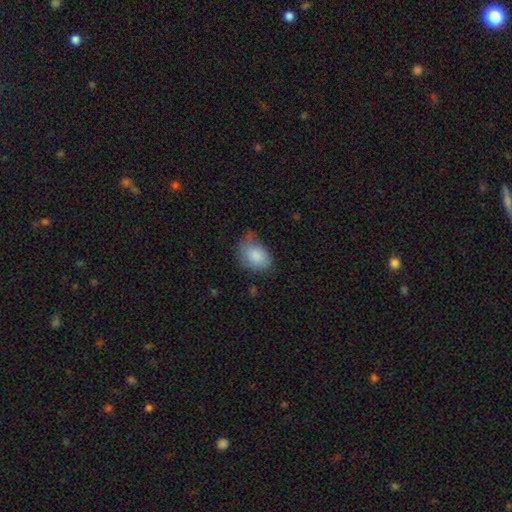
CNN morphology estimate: Smooth or featured? smooth (84%)
How rounded? in between (80%)
Merging? none (44%)